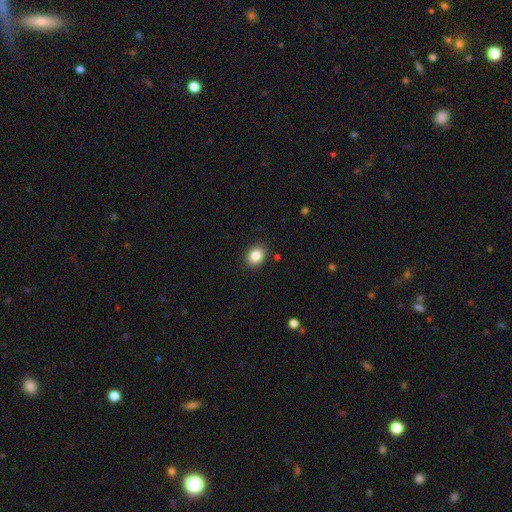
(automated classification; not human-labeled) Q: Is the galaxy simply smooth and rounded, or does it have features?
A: smooth — 86%.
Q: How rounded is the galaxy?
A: in between — 51%.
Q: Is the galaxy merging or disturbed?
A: none — 88%.